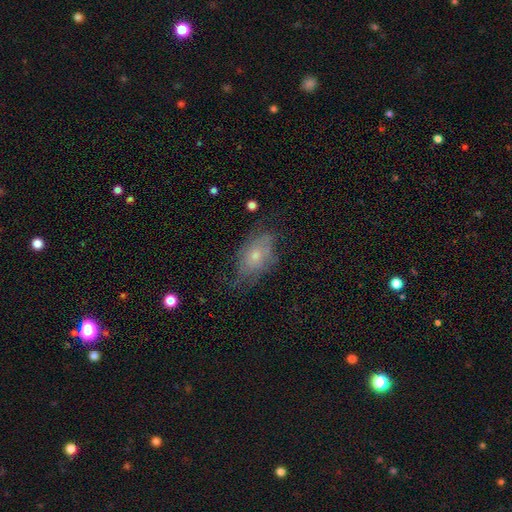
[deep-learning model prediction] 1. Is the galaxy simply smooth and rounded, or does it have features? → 46% smooth, 44% featured or disk, 10% star or artifact.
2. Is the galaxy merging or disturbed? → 50% none, 30% minor disturbance, 18% major disturbance, 2% merger.